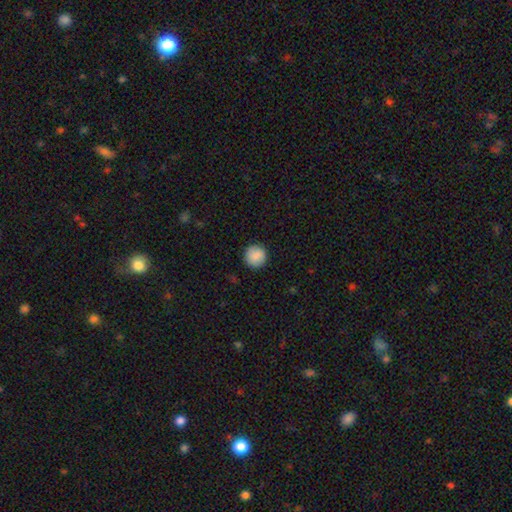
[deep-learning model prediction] smooth_or_featured: smooth (p=0.88) [alt: star or artifact p=0.07]
how_rounded: round (p=0.95) [alt: in between p=0.04]
merging: none (p=0.90) [alt: minor disturbance p=0.07]